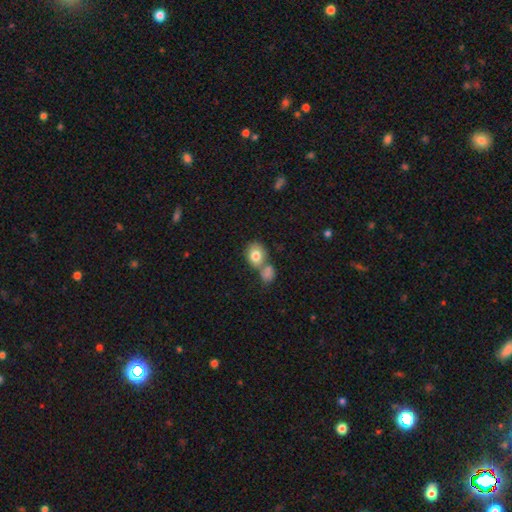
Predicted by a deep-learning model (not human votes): Q: Smooth or featured?
A: smooth (80%); runner-up: featured or disk (11%)
Q: How rounded?
A: round (51%); runner-up: in between (48%)
Q: Merging?
A: merger (46%); runner-up: none (40%)